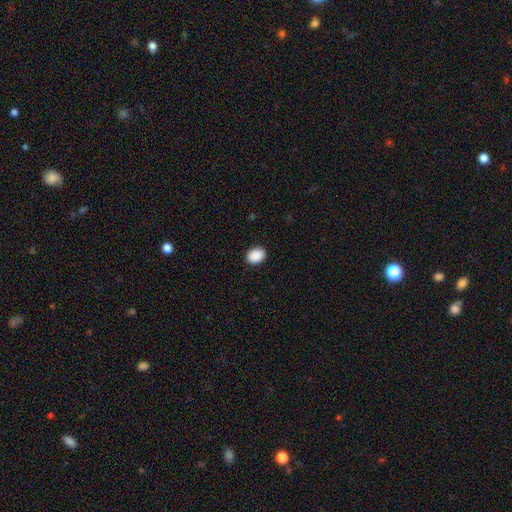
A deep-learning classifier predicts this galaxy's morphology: smooth-or-featured: smooth: 91% | star or artifact: 7% | featured or disk: 2%
  how-rounded: in between: 70% | round: 29% | cigar-shaped: 1%
  merging: none: 90% | minor disturbance: 7% | major disturbance: 2% | merger: 1%